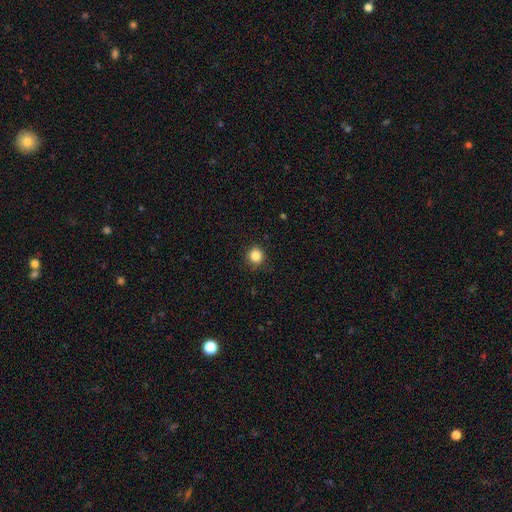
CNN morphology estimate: The model was most divided on "smooth or featured": smooth: 85%, star or artifact: 11%, featured or disk: 4%. More confident: how rounded — round (91%); merging — none (86%).